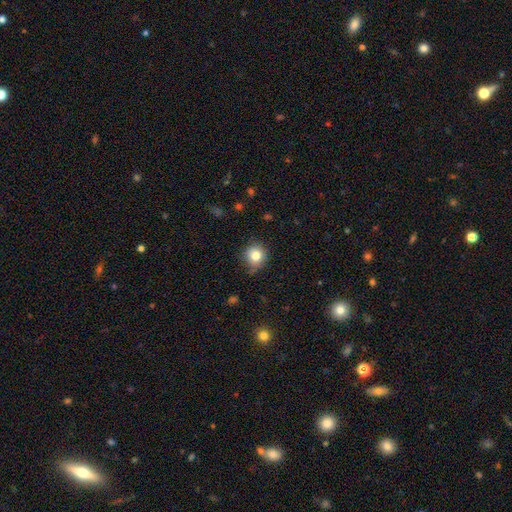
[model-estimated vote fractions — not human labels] This is clearly a smooth galaxy (81%). How rounded: clearly round (88%). Merging: likely none (78%).